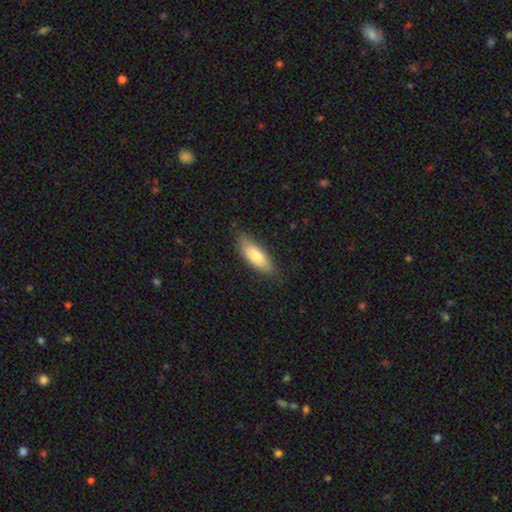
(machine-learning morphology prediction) This appears to be a smooth galaxy with no disk features (78%) that is in between round and cigar-shaped (65%). Merging: none (79%).